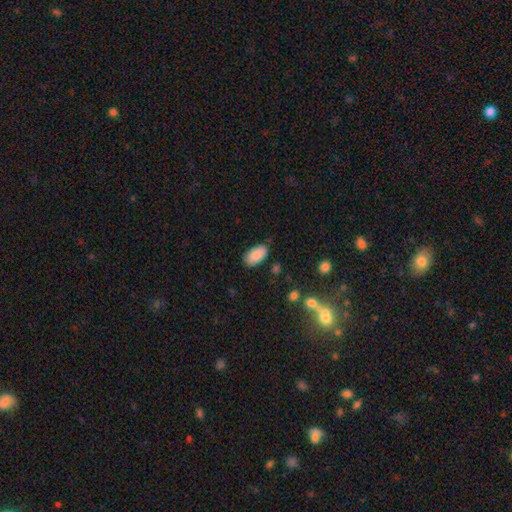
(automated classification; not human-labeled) smooth_or_featured: smooth (p=0.87) [alt: star or artifact p=0.07]
how_rounded: in between (p=0.95) [alt: round p=0.03]
merging: none (p=0.82) [alt: minor disturbance p=0.13]